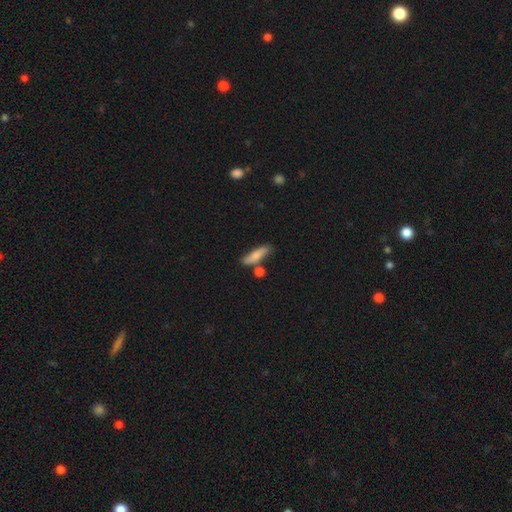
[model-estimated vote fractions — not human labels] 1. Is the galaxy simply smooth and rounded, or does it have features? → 73% smooth, 20% featured or disk, 7% star or artifact.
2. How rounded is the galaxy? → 59% cigar-shaped, 37% in between, 3% round.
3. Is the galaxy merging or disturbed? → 67% none, 16% minor disturbance, 12% merger, 4% major disturbance.